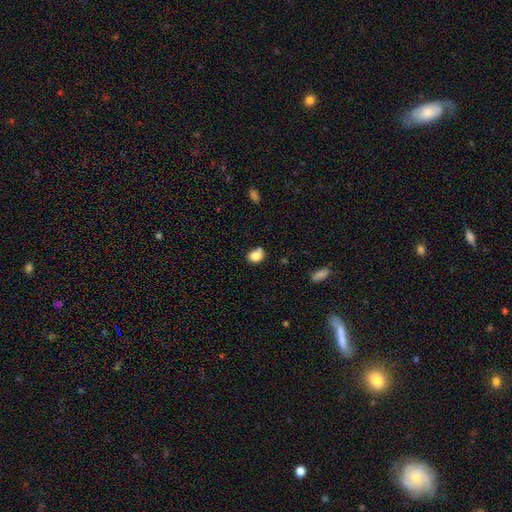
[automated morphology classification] This is clearly a smooth galaxy (82%). How rounded: possibly round (57%). Merging: likely none (63%).